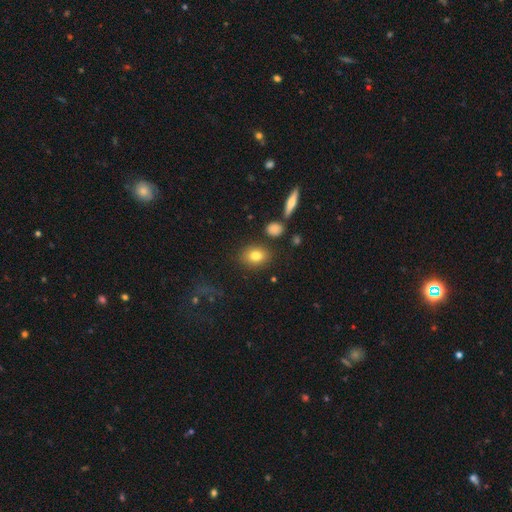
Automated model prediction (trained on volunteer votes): Smooth or featured: smooth — 80% (featured or disk — 11%)
How rounded: in between — 63% (round — 35%)
Merging: none — 82% (minor disturbance — 10%)